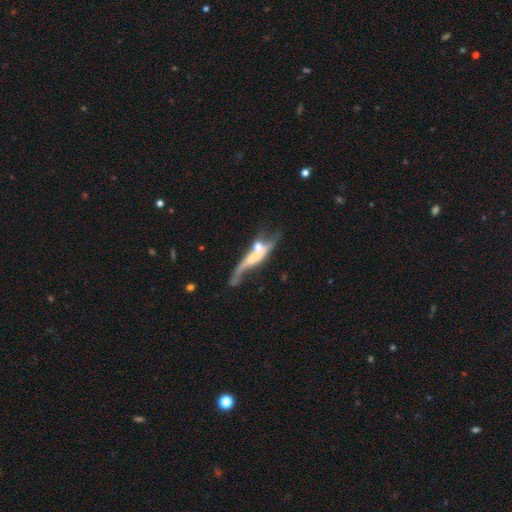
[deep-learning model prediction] Smooth or featured? featured or disk (66%)
Edge-on disk? no (62%)
Merging? merger (41%)